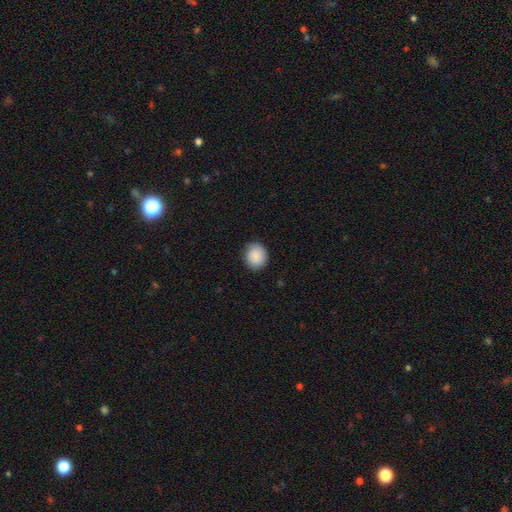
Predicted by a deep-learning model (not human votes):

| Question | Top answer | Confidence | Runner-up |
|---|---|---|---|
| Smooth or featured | smooth | 87% | star or artifact (7%) |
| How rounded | round | 73% | in between (26%) |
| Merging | none | 84% | minor disturbance (13%) |